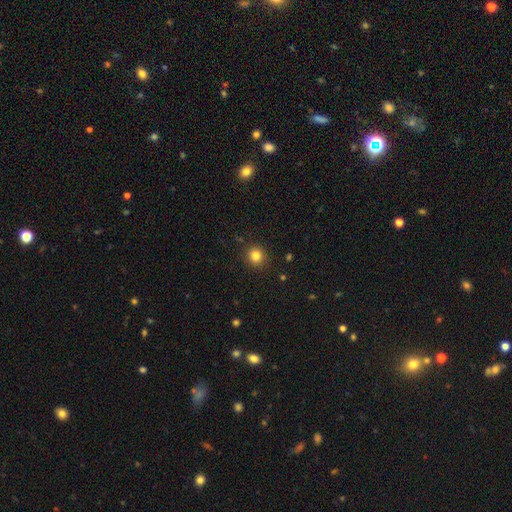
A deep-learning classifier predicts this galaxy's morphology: Overall: smooth (83%). How rounded: round (92%). Merging: none (91%).